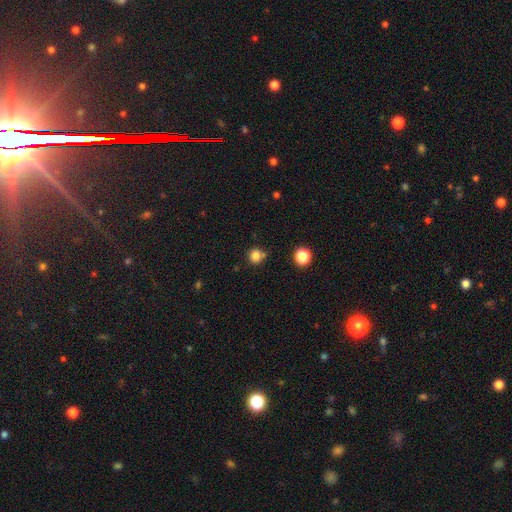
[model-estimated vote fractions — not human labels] smooth 81%, star or artifact 13%, featured or disk 5%. Down the decision tree: how rounded — round (87%); merging — none (70%).